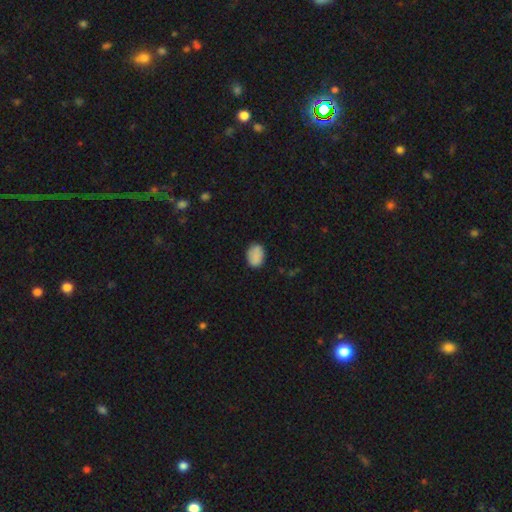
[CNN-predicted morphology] Q: Smooth or featured?
A: smooth (87%); runner-up: star or artifact (8%)
Q: How rounded?
A: in between (73%); runner-up: round (26%)
Q: Merging?
A: none (83%); runner-up: minor disturbance (13%)